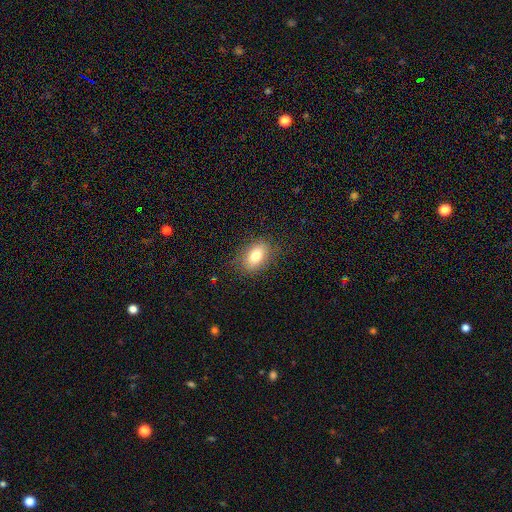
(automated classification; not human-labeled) The model was most divided on "smooth or featured": smooth: 80%, featured or disk: 11%, star or artifact: 9%. More confident: how rounded — in between (85%); merging — none (82%).